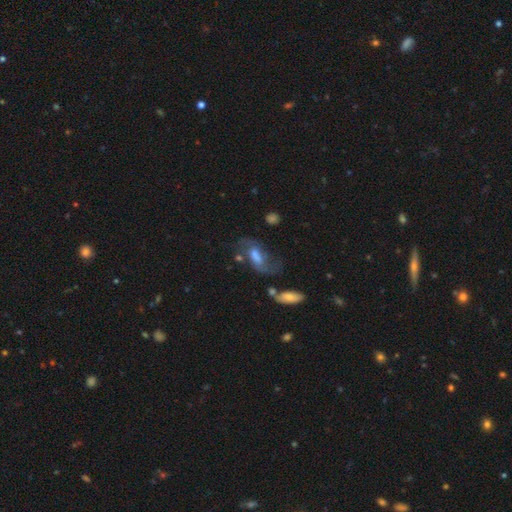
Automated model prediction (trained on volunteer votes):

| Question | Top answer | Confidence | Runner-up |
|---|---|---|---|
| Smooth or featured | featured or disk | 62% | smooth (26%) |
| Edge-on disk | no | 91% | yes (9%) |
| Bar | weak | 47% | no (32%) |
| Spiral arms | yes | 80% | no (20%) |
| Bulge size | moderate | 42% | small (24%) |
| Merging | none | 50% | major disturbance (21%) |